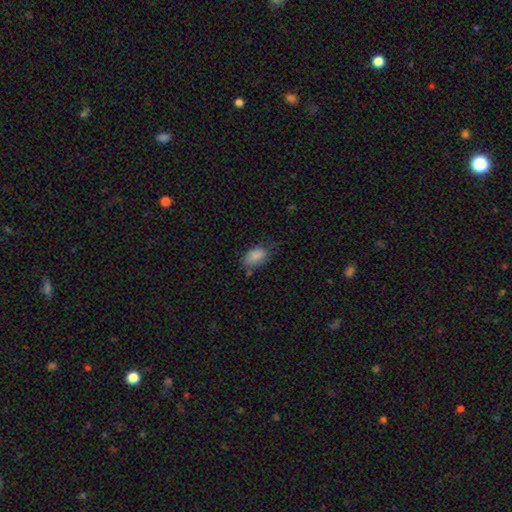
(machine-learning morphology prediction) Q: Smooth or featured?
A: smooth (86%); runner-up: star or artifact (8%)
Q: How rounded?
A: in between (91%); runner-up: round (8%)
Q: Merging?
A: none (59%); runner-up: minor disturbance (29%)